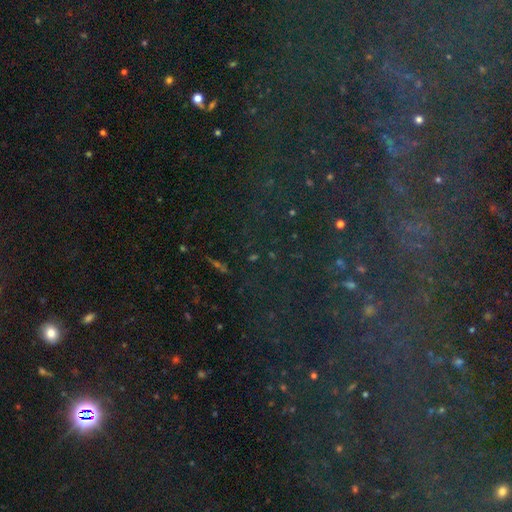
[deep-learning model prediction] smooth-or-featured: star or artifact: 81% | smooth: 10% | featured or disk: 9%